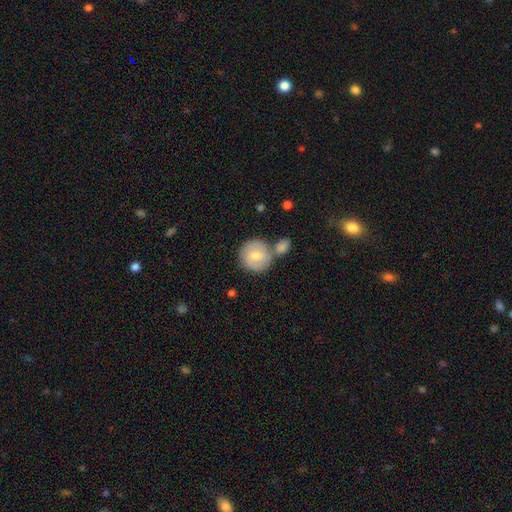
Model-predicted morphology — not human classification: A smooth galaxy with no disk features (56%) that is round (90%).

Vote fractions:
- Smooth or featured? smooth: 56% / featured or disk: 38% / star or artifact: 6%
- How rounded? round: 90% / in between: 9% / cigar-shaped: 1%
- Merging? none: 53% / merger: 30% / minor disturbance: 13% / major disturbance: 4%